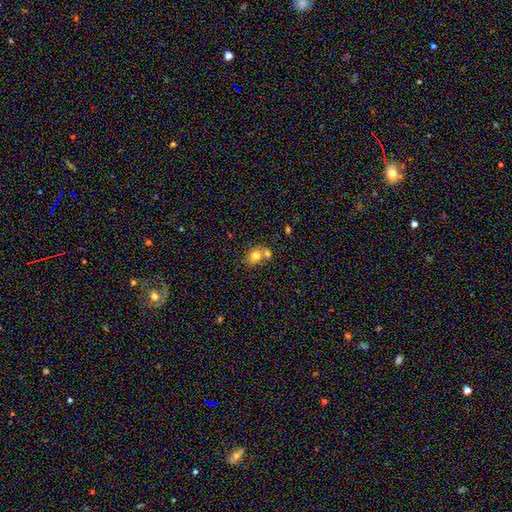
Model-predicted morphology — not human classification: The model was most divided on "merging" (2-way tie): none: 44%, merger: 44%, minor disturbance: 9%, major disturbance: 3%. More confident: smooth or featured — smooth (77%); how rounded — round (61%).